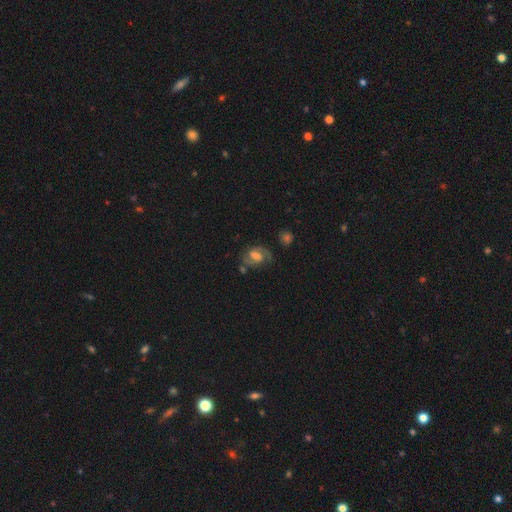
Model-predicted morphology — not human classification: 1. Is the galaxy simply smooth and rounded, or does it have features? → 71% featured or disk, 20% smooth, 9% star or artifact.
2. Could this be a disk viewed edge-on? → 97% no, 3% yes.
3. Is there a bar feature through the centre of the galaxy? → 48% weak, 27% no, 25% strong.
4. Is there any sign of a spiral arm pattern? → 91% yes, 9% no.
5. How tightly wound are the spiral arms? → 53% medium, 25% tight, 22% loose.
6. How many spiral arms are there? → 85% 2, 6% can't tell, 5% 1, 2% 3, 1% 4, 1% more than 4.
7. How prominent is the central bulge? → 30% moderate, 26% large, 21% none, 20% small, 3% dominant.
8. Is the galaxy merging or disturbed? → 61% none, 20% minor disturbance, 13% major disturbance, 6% merger.